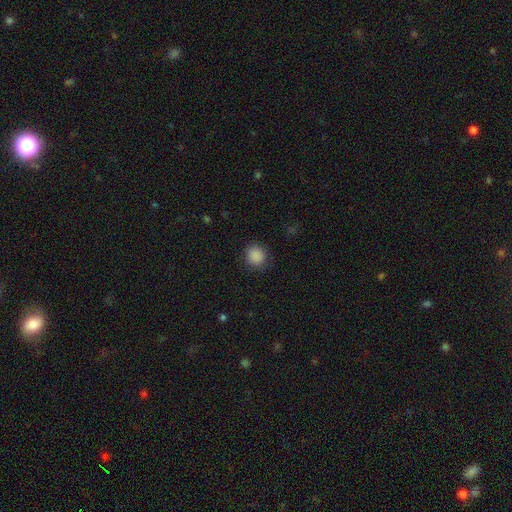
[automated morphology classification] Smooth or featured?
  - smooth: 88% *
  - star or artifact: 9%
  - featured or disk: 3%
How rounded?
  - round: 85% *
  - in between: 14%
  - cigar-shaped: 1%
Merging?
  - none: 87% *
  - minor disturbance: 9%
  - major disturbance: 3%
  - merger: 1%